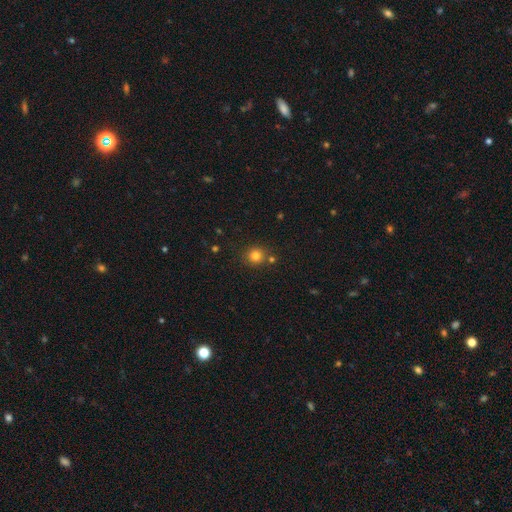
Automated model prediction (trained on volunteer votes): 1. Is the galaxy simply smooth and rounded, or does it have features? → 80% smooth, 14% star or artifact, 6% featured or disk.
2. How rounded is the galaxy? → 90% round, 9% in between, 1% cigar-shaped.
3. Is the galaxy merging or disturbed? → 79% none, 10% merger, 8% minor disturbance, 3% major disturbance.